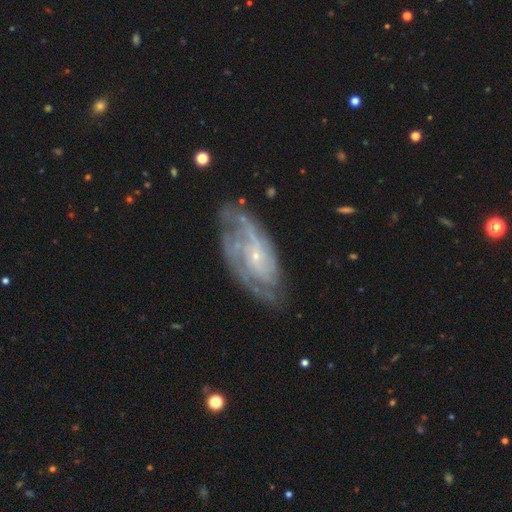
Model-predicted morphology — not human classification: A featured or disk galaxy (86%) with no bar (65%), 2 (31%) tight (50%) spiral arms (95%) and a small central bulge (83%).

Vote fractions:
- Smooth or featured? featured or disk: 86% / smooth: 9% / star or artifact: 6%
- Edge-on disk? no: 95% / yes: 5%
- Bar? no: 65% / weak: 29% / strong: 7%
- Spiral arms? yes: 95% / no: 5%
- Spiral winding? tight: 50% / medium: 38% / loose: 11%
- Spiral arm count? 2: 31% / can't tell: 30% / 3: 19% / 4: 9% / 1: 5% / more than 4: 5%
- Bulge size? small: 83% / moderate: 11% / none: 3% / large: 1% / dominant: 1%
- Merging? none: 69% / minor disturbance: 21% / major disturbance: 9% / merger: 2%